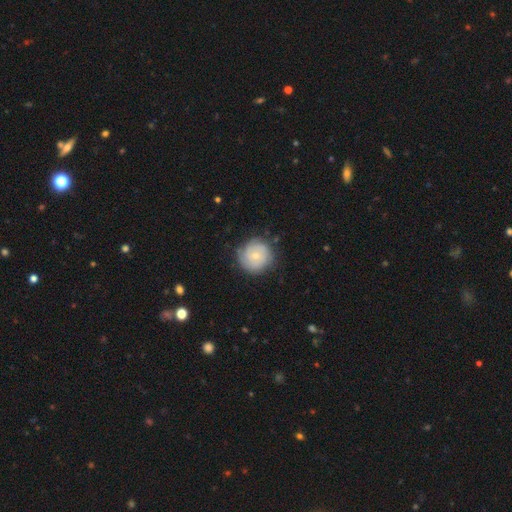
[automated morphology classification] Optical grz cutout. It shows a smooth galaxy with no disk features (48%). Merging: none (79%).